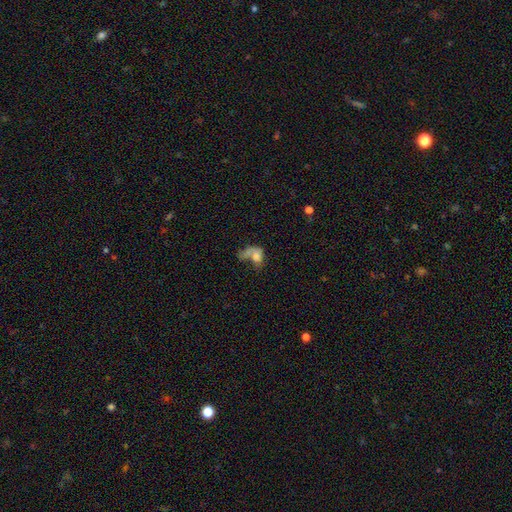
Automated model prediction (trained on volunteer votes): Smooth or featured? smooth (61%)
How rounded? in between (72%)
Merging? major disturbance (36%)